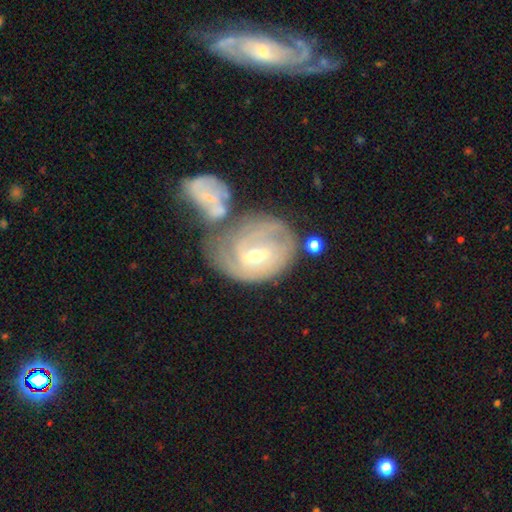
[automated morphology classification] Smooth or featured?
  - featured or disk: 79% *
  - smooth: 16%
  - star or artifact: 6%
Edge-on disk?
  - no: 96% *
  - yes: 4%
Bar?
  - weak: 54% *
  - strong: 26%
  - no: 20%
Spiral arms?
  - yes: 85% *
  - no: 15%
Spiral winding?
  - tight: 62% *
  - medium: 28%
  - loose: 10%
Spiral arm count?
  - can't tell: 41% *
  - 2: 34%
  - 3: 12%
  - 1: 8%
  - 4: 4%
  - more than 4: 3%
Bulge size?
  - small: 49% *
  - moderate: 48%
  - large: 2%
  - none: 1%
  - dominant: 1%
Merging?
  - merger: 43% *
  - none: 30%
  - minor disturbance: 15%
  - major disturbance: 12%